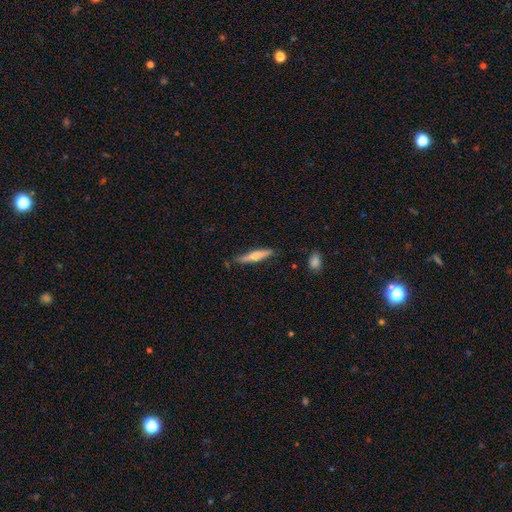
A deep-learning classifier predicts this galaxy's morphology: Smooth or featured?
  - smooth: 55% *
  - featured or disk: 39%
  - star or artifact: 6%
How rounded?
  - cigar-shaped: 89% *
  - in between: 9%
  - round: 1%
Merging?
  - none: 81% *
  - minor disturbance: 14%
  - major disturbance: 2%
  - merger: 2%